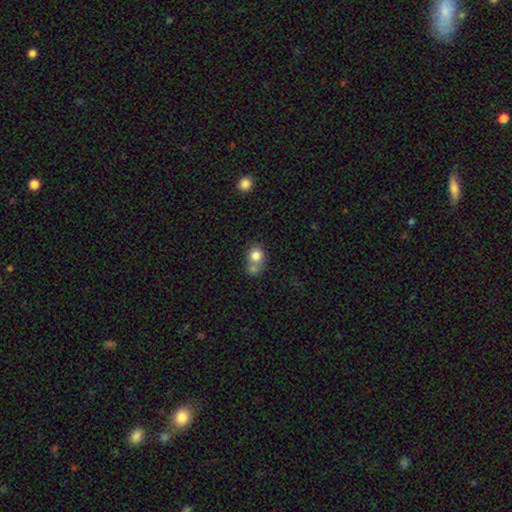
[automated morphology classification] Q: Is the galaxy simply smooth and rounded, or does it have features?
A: smooth — 80%.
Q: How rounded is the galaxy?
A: round — 74%.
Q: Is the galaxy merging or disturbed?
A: merger — 48%.